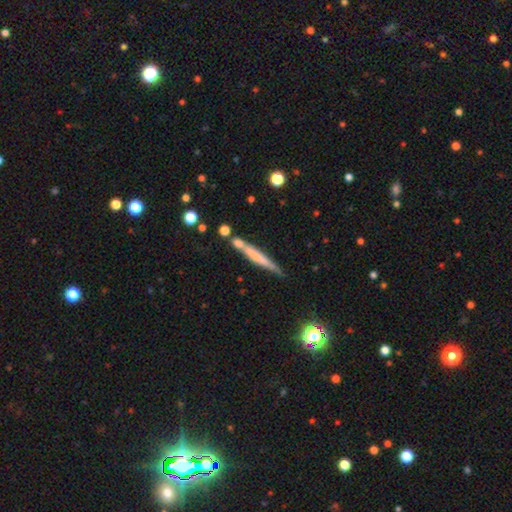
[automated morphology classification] This is possibly a smooth galaxy (50%). How rounded: clearly cigar-shaped (94%). Merging: likely none (65%).